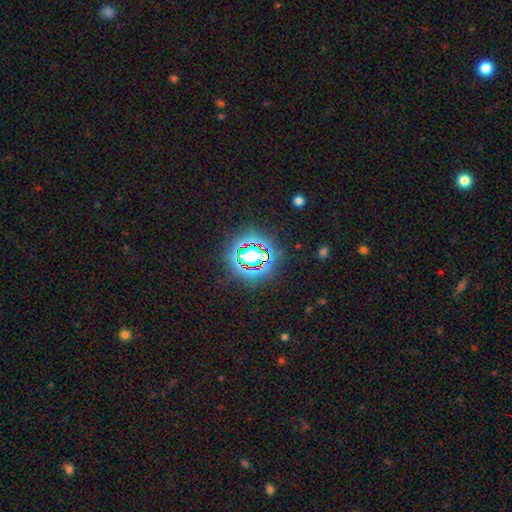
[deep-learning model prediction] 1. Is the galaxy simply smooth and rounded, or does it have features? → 79% star or artifact, 13% smooth, 8% featured or disk.